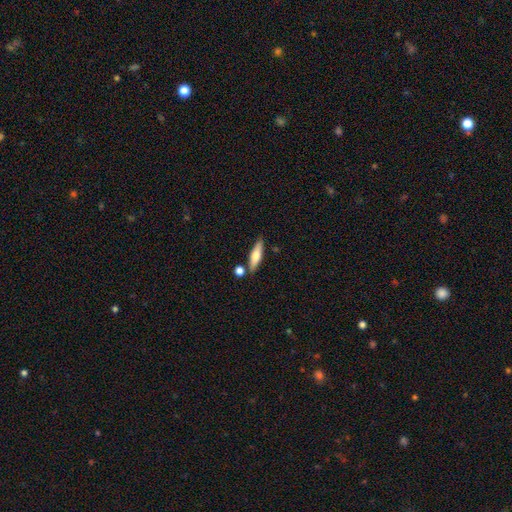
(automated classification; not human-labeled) Smooth or featured: smooth — 61% (featured or disk — 33%)
How rounded: cigar-shaped — 65% (in between — 32%)
Merging: none — 80% (minor disturbance — 10%)